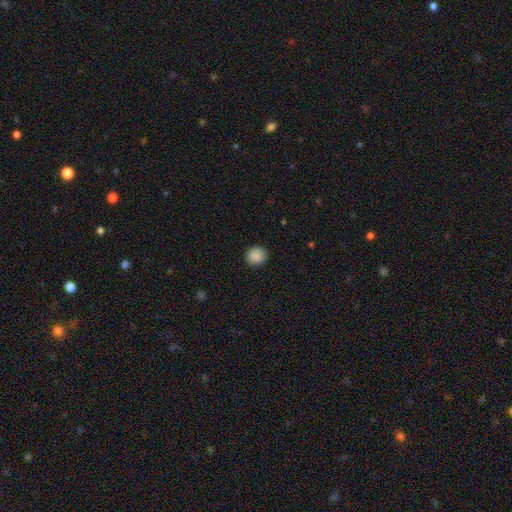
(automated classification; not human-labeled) smooth-or-featured: smooth: 89% | star or artifact: 9% | featured or disk: 3%
  how-rounded: round: 88% | in between: 11% | cigar-shaped: 1%
  merging: none: 90% | minor disturbance: 7% | major disturbance: 2% | merger: 1%